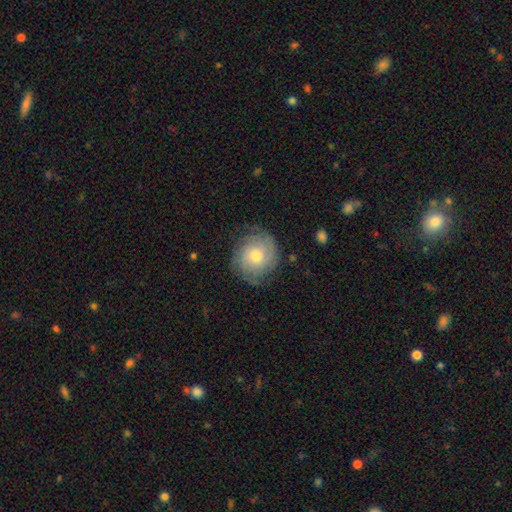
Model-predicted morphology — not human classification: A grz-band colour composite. It shows a featured or disk galaxy (54%) with no bar (81%), spiral arms (85%) and a moderate central bulge (60%). Merging: none (76%).